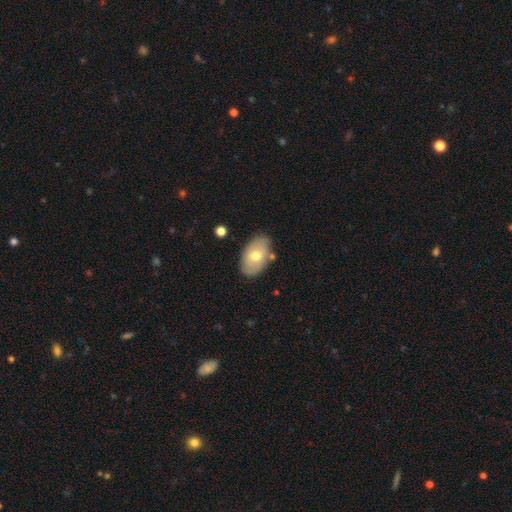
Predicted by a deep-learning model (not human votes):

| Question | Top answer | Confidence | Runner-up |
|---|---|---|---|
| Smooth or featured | smooth | 61% | featured or disk (33%) |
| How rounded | in between | 90% | round (9%) |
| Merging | none | 77% | minor disturbance (16%) |